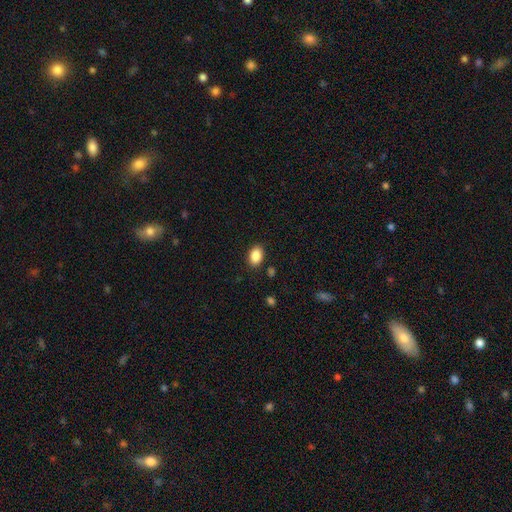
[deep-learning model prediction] smooth-or-featured: smooth: 89% | star or artifact: 8% | featured or disk: 4%
  how-rounded: in between: 85% | round: 14% | cigar-shaped: 1%
  merging: none: 87% | minor disturbance: 9% | major disturbance: 2% | merger: 2%